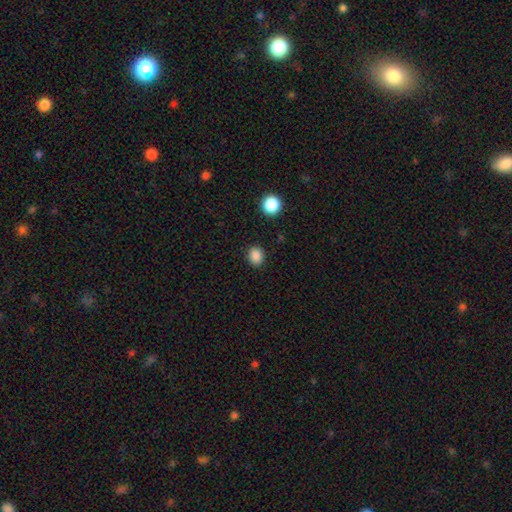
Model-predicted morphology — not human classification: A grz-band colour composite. It shows a smooth galaxy with no disk features (86%) that is round (67%). Merging: none (89%).